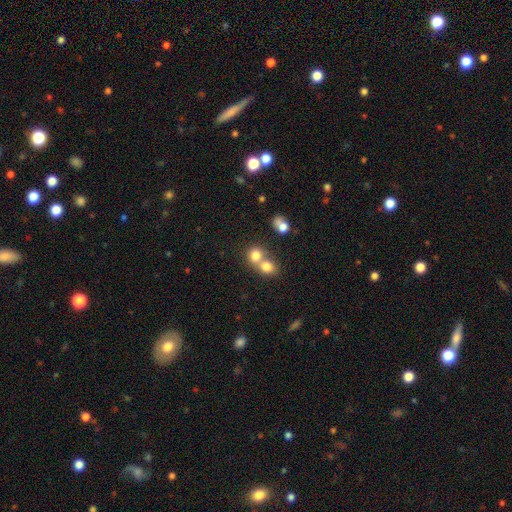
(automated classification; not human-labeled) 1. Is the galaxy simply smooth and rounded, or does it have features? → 78% smooth, 12% star or artifact, 11% featured or disk.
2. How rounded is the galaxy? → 78% round, 21% in between, 1% cigar-shaped.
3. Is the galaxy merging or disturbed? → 57% merger, 35% none, 5% minor disturbance, 3% major disturbance.